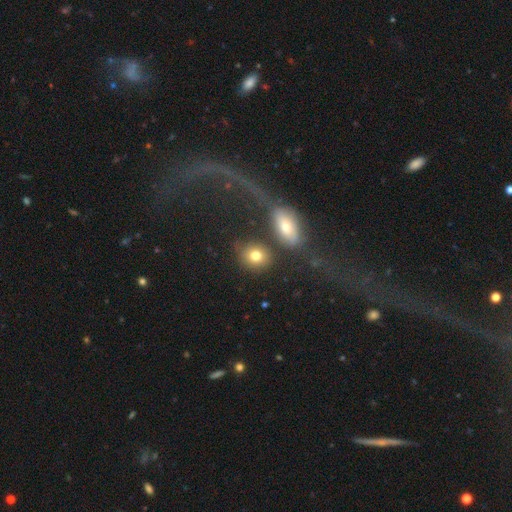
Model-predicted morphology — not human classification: A smooth galaxy with no disk features (77%) that is round (65%). Merging: none (69%).